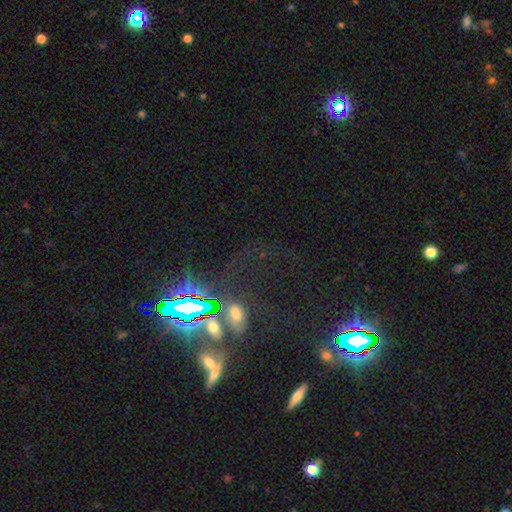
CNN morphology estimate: smooth-or-featured: star or artifact: 76% | featured or disk: 12% | smooth: 12%